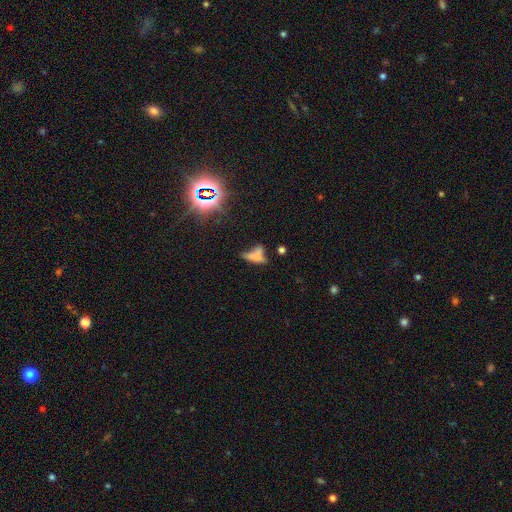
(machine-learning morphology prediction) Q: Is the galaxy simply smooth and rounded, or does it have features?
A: smooth — 50%.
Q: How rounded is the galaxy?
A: in between — 57%.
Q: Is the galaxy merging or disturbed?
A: none — 31%.